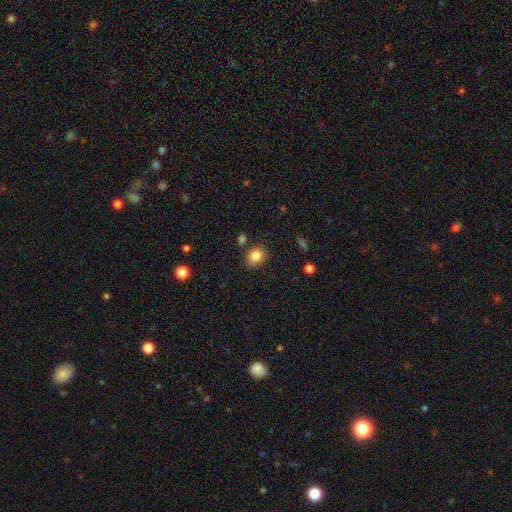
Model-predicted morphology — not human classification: Smooth or featured: smooth — 83% (star or artifact — 10%)
How rounded: round — 63% (in between — 36%)
Merging: none — 82% (minor disturbance — 11%)